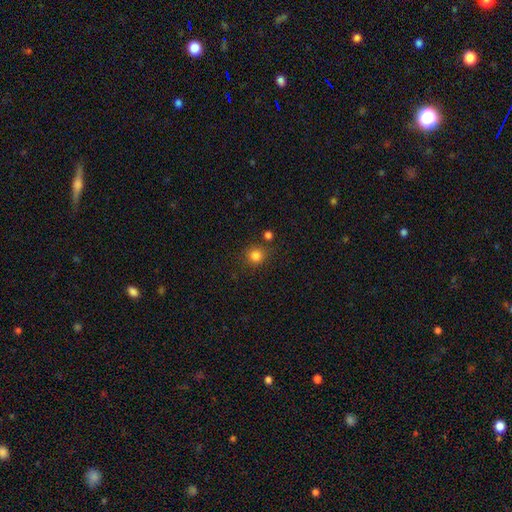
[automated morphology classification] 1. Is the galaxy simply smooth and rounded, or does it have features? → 82% smooth, 13% star or artifact, 5% featured or disk.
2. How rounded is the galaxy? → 89% round, 10% in between, 1% cigar-shaped.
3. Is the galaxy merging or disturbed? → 80% none, 10% minor disturbance, 7% merger, 3% major disturbance.